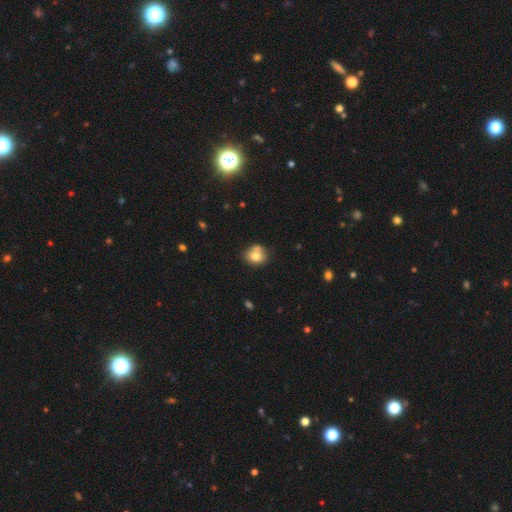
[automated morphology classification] Smooth or featured? Predicted: smooth (p=0.74). How rounded? Predicted: round (p=0.68). Merging? Predicted: none (p=0.54).